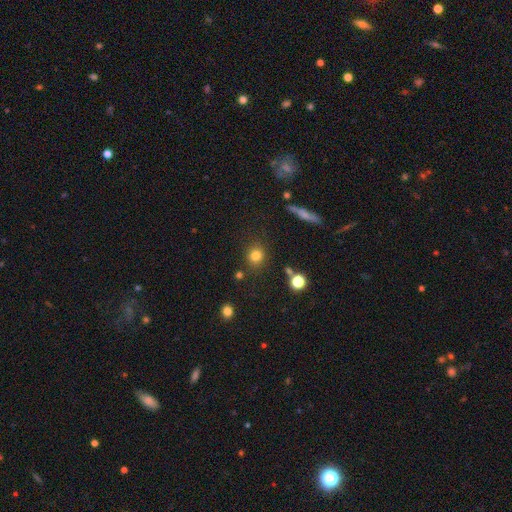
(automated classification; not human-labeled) Overall: smooth (80%). How rounded: round (81%). Merging: none (84%).